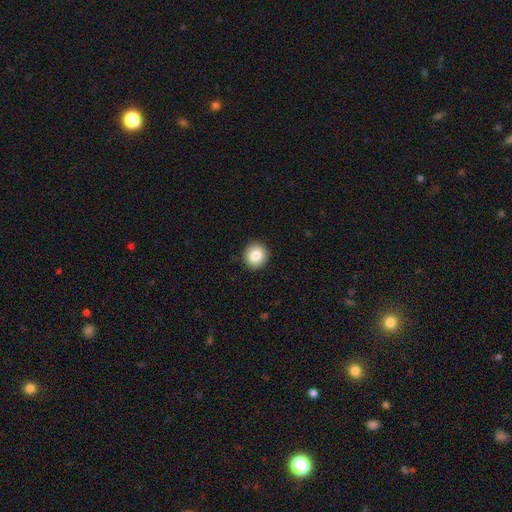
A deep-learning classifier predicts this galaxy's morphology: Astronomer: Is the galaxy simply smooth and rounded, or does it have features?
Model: smooth — 84%.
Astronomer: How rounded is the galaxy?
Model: round — 92%.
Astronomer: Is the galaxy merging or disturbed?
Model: none — 92%.